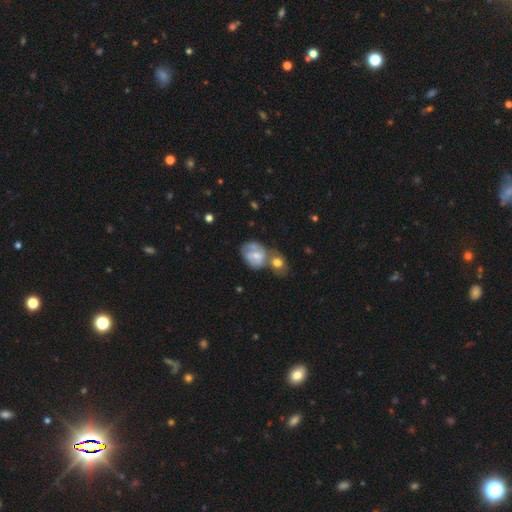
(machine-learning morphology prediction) Q: Smooth or featured?
A: featured or disk (49%); runner-up: smooth (43%)
Q: Merging?
A: merger (47%); runner-up: none (29%)